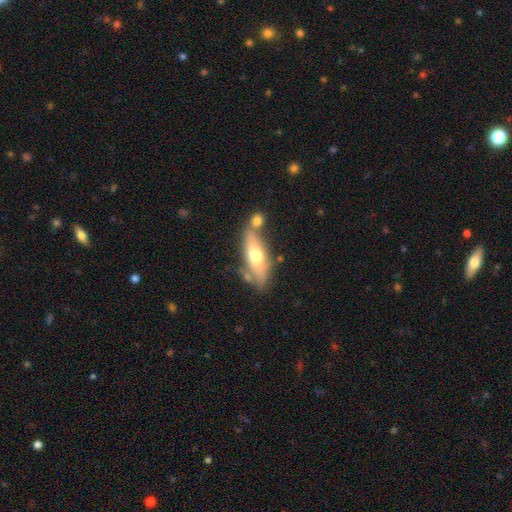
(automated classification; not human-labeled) This appears to be a smooth galaxy with no disk features (56%) that is in between round and cigar-shaped (62%). Merging: none (53%).